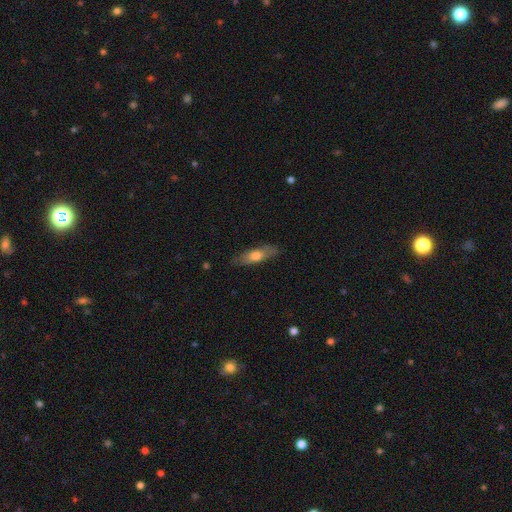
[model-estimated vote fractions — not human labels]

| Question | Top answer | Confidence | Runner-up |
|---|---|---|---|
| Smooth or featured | smooth | 60% | featured or disk (34%) |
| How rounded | cigar-shaped | 53% | in between (44%) |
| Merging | none | 81% | minor disturbance (14%) |